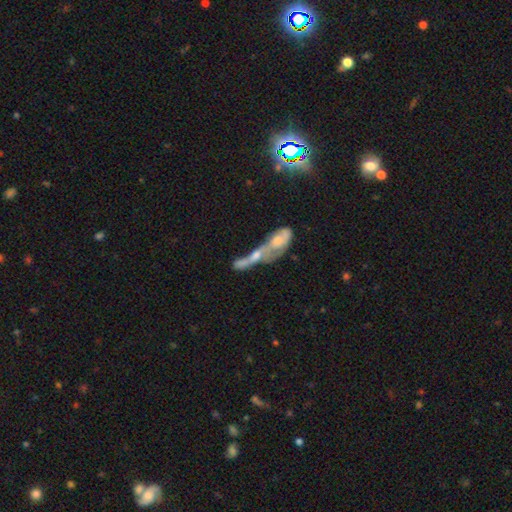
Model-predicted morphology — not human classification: featured or disk 48%, smooth 34%, star or artifact 18%. Down the decision tree: merging — merger (70%).